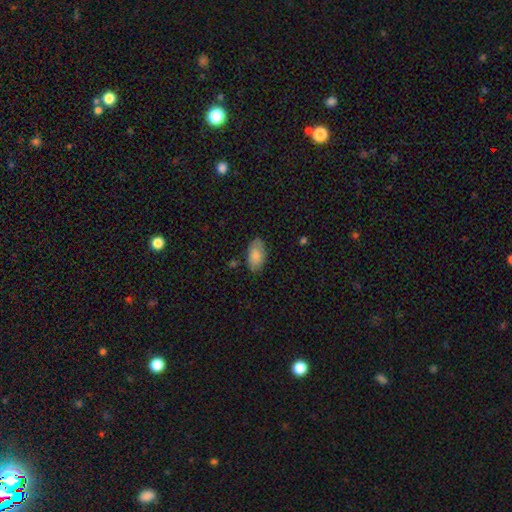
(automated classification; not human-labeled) Smooth or featured? smooth (79%)
How rounded? in between (94%)
Merging? none (78%)